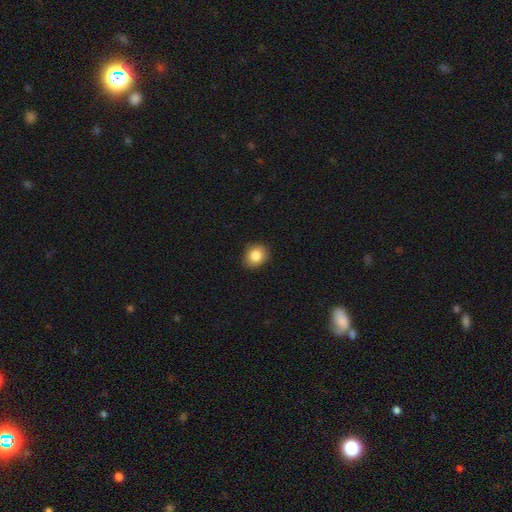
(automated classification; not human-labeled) Smooth or featured: smooth — 85% (star or artifact — 9%)
How rounded: round — 69% (in between — 30%)
Merging: none — 89% (minor disturbance — 9%)